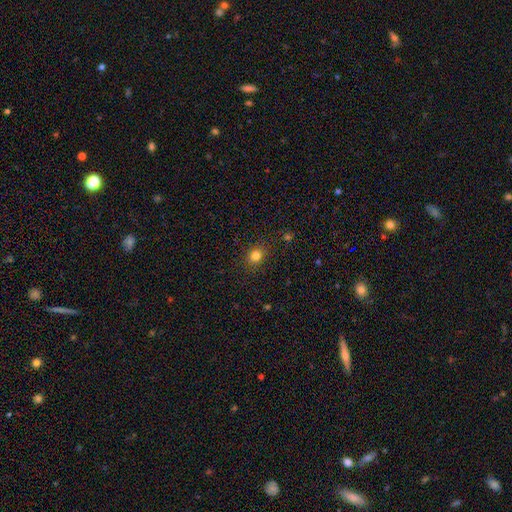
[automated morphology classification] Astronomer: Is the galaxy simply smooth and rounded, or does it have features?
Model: smooth — 81%.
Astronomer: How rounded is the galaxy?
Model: round — 58% (runner-up: in between, 41%).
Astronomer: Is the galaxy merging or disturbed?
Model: none — 87%.